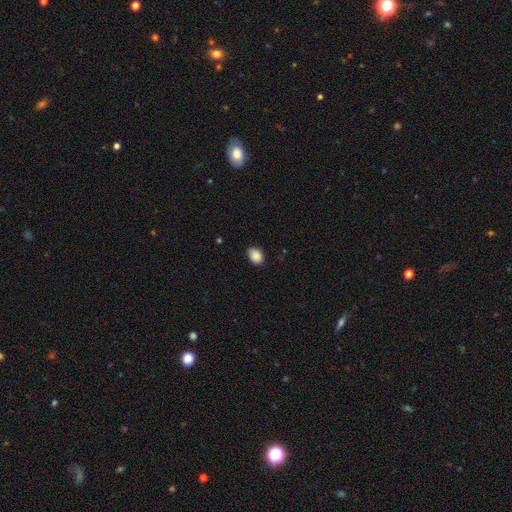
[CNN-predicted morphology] smooth 89%, star or artifact 8%, featured or disk 3%. Down the decision tree: how rounded — in between (71%); merging — none (82%).